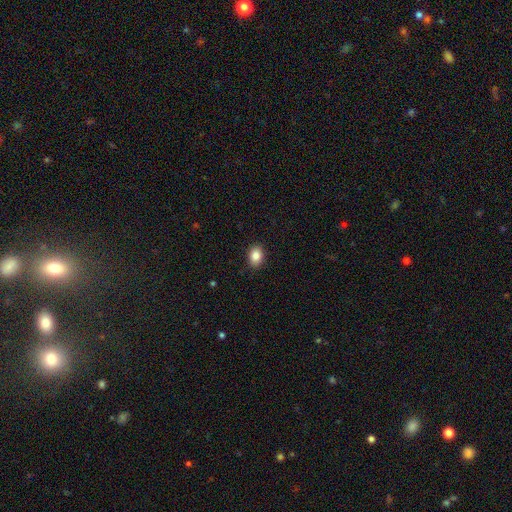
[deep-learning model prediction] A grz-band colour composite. It shows a smooth galaxy with no disk features (86%) that is in between round and cigar-shaped (72%). Merging: none (89%).